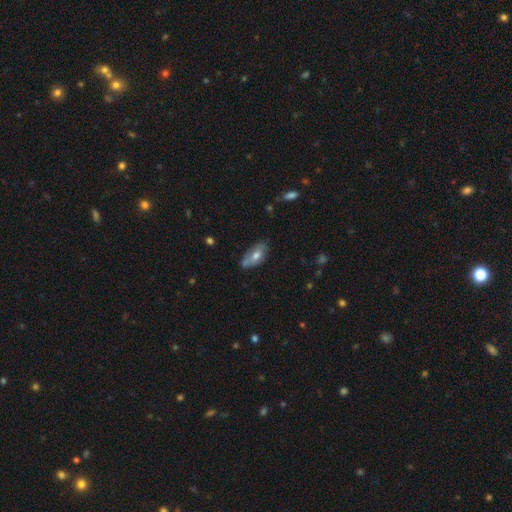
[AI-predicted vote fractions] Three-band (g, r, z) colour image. It shows a smooth galaxy with no disk features (63%) that is in between round and cigar-shaped (88%). Merging: none (57%).